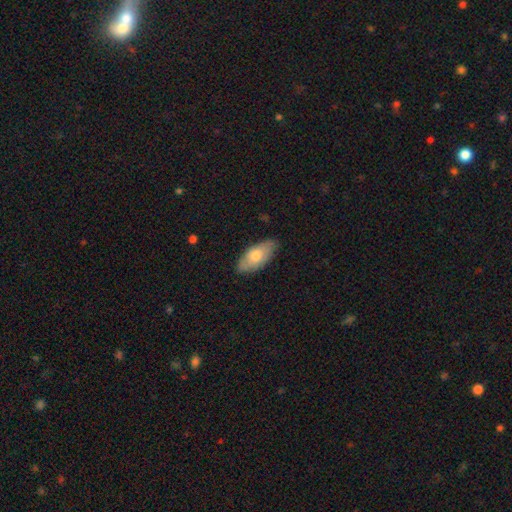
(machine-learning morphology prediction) Smooth or featured?
  - smooth: 68% *
  - featured or disk: 26%
  - star or artifact: 5%
How rounded?
  - in between: 91% *
  - cigar-shaped: 6%
  - round: 3%
Merging?
  - none: 77% *
  - minor disturbance: 19%
  - major disturbance: 3%
  - merger: 1%